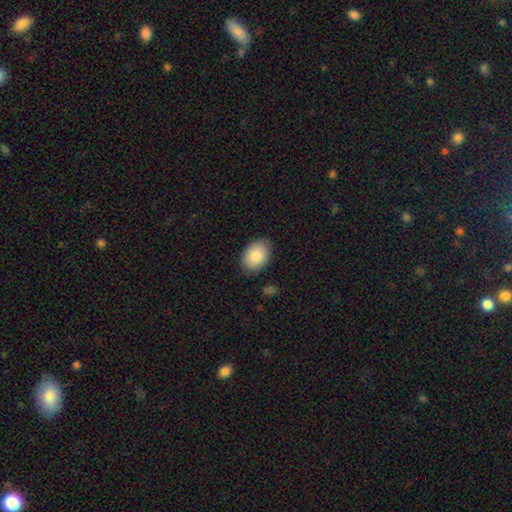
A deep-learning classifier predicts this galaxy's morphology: Smooth or featured: smooth — 85% (featured or disk — 8%)
How rounded: in between — 75% (round — 24%)
Merging: none — 84% (minor disturbance — 12%)